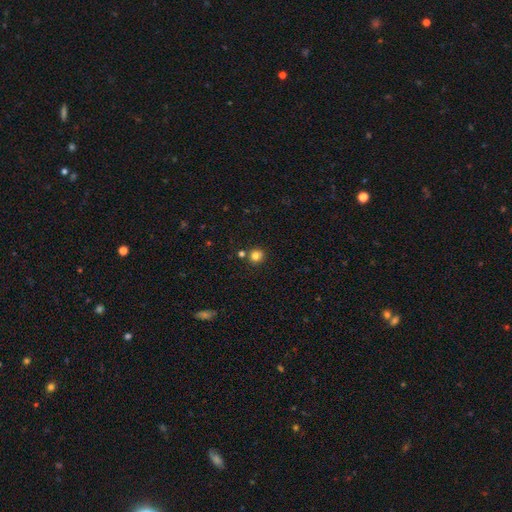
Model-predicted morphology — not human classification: Smooth or featured: smooth — 81% (star or artifact — 13%)
How rounded: round — 88% (in between — 11%)
Merging: none — 81% (merger — 9%)